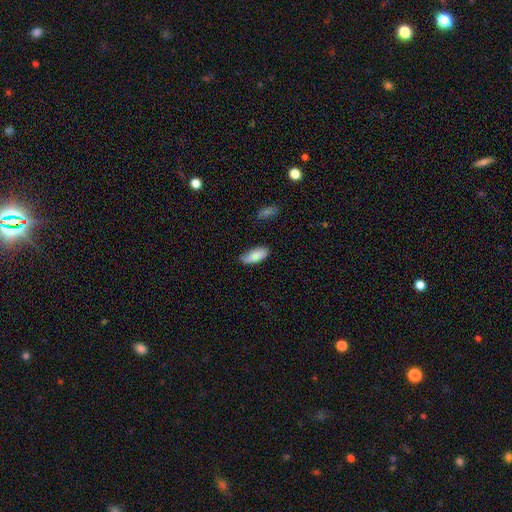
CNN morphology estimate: A smooth galaxy with no disk features (84%) that is in between round and cigar-shaped (85%). Merging: none (62%).